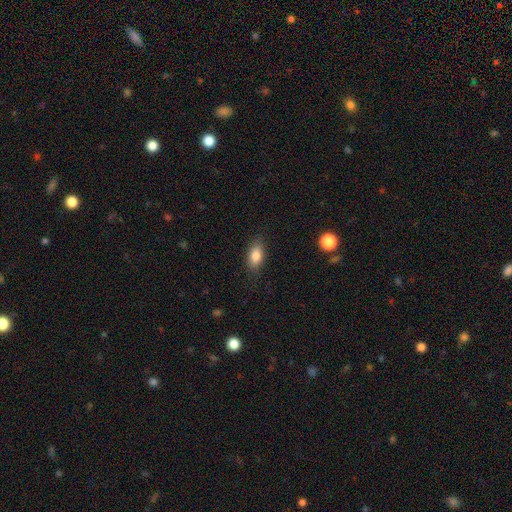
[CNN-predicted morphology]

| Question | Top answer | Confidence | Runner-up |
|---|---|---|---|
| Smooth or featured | smooth | 83% | featured or disk (9%) |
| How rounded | in between | 86% | cigar-shaped (8%) |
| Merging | none | 83% | minor disturbance (13%) |